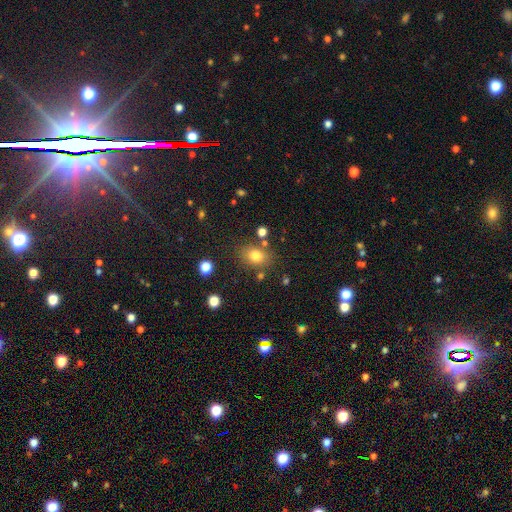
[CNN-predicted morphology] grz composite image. It shows a smooth galaxy with no disk features (78%) that is in between round and cigar-shaped (63%). Merging: none (76%).